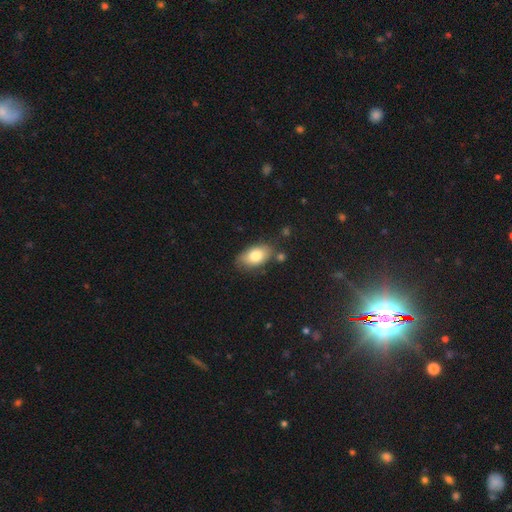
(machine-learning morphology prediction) The model was most divided on "merging": none: 76%, minor disturbance: 15%, merger: 6%, major disturbance: 4%. More confident: how rounded — in between (91%); smooth or featured — smooth (79%).